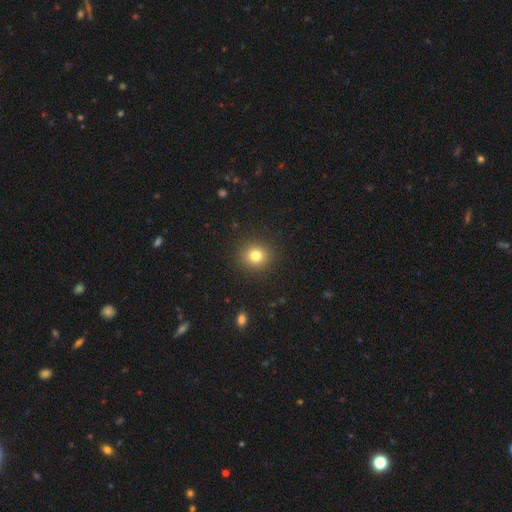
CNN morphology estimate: The model was most divided on "smooth or featured": smooth: 80%, star or artifact: 13%, featured or disk: 7%. More confident: merging — none (90%); how rounded — round (86%).